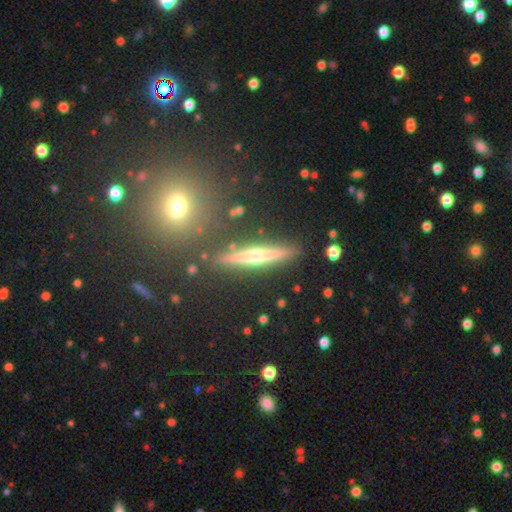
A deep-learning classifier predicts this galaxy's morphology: smooth_or_featured: featured or disk (p=0.64) [alt: smooth p=0.26]
disk_edge_on: yes (p=0.95) [alt: no p=0.05]
edge_on_bulge: rounded (p=0.90) [alt: none p=0.06]
merging: none (p=0.89) [alt: minor disturbance p=0.07]